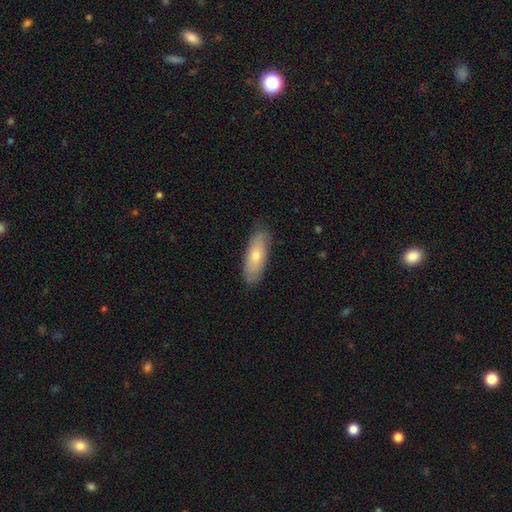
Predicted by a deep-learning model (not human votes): A smooth galaxy with no disk features (65%) that is in between round and cigar-shaped (64%).

Vote fractions:
- Smooth or featured? smooth: 65% / featured or disk: 28% / star or artifact: 6%
- How rounded? in between: 64% / cigar-shaped: 33% / round: 2%
- Merging? none: 83% / minor disturbance: 14% / major disturbance: 2% / merger: 1%